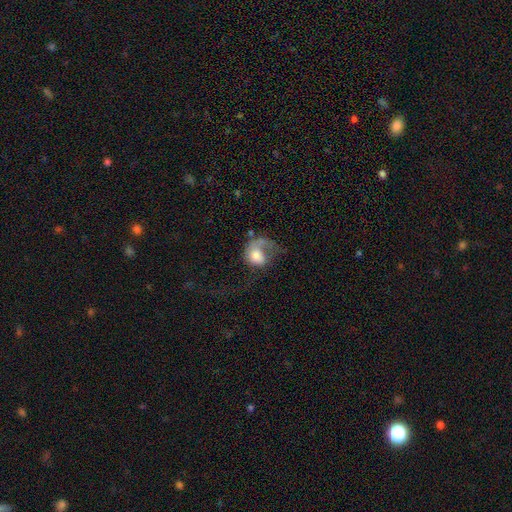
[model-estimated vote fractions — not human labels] Smooth or featured: smooth — 49% (featured or disk — 44%)
Merging: major disturbance — 57% (none — 21%)